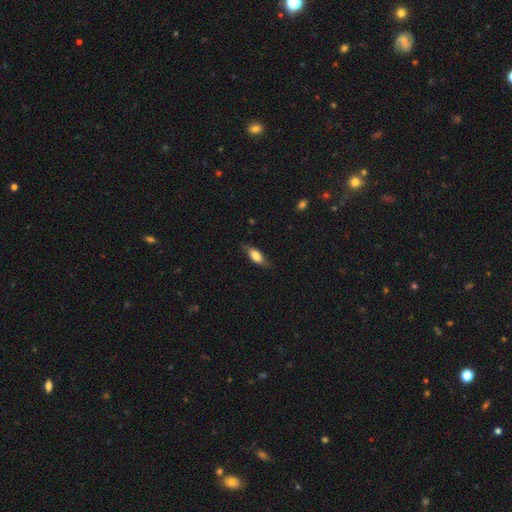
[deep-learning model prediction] A smooth galaxy with no disk features (70%) that is in between round and cigar-shaped (78%).

Vote fractions:
- Smooth or featured? smooth: 70% / featured or disk: 24% / star or artifact: 7%
- How rounded? in between: 78% / cigar-shaped: 18% / round: 4%
- Merging? none: 72% / minor disturbance: 22% / major disturbance: 5% / merger: 1%